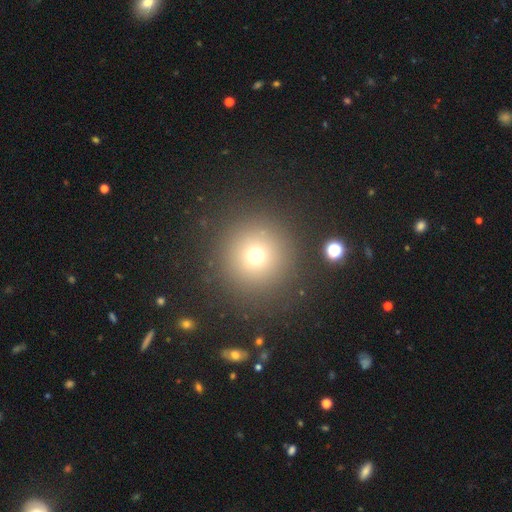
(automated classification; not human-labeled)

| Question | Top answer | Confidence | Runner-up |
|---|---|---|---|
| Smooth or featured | smooth | 70% | star or artifact (19%) |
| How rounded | round | 96% | in between (3%) |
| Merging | none | 87% | minor disturbance (6%) |